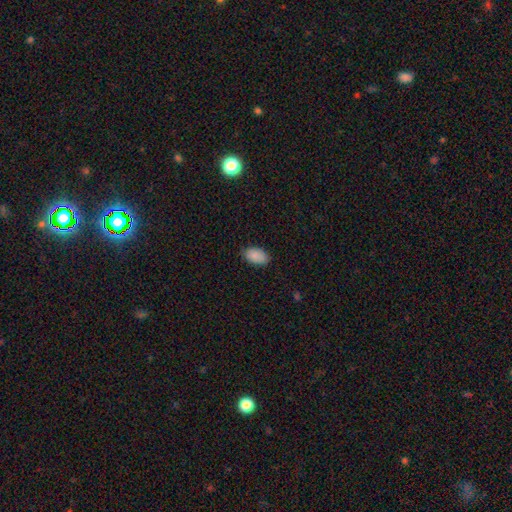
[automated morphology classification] smooth_or_featured: smooth (p=0.89) [alt: star or artifact p=0.07]
how_rounded: in between (p=0.94) [alt: round p=0.05]
merging: none (p=0.83) [alt: minor disturbance p=0.13]